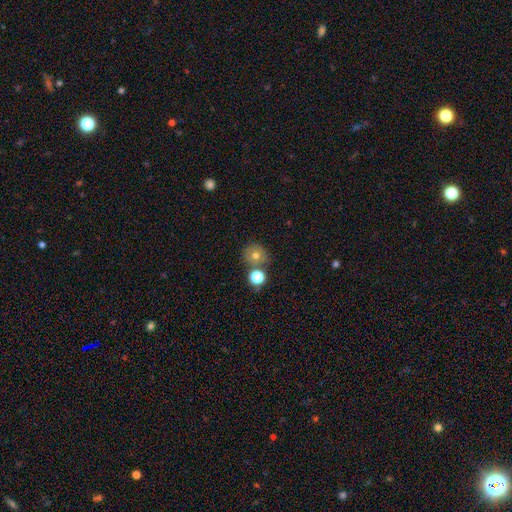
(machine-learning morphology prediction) Smooth or featured?
  - smooth: 70% *
  - star or artifact: 16%
  - featured or disk: 13%
How rounded?
  - round: 86% *
  - in between: 13%
  - cigar-shaped: 1%
Merging?
  - none: 67% *
  - merger: 20%
  - minor disturbance: 9%
  - major disturbance: 3%